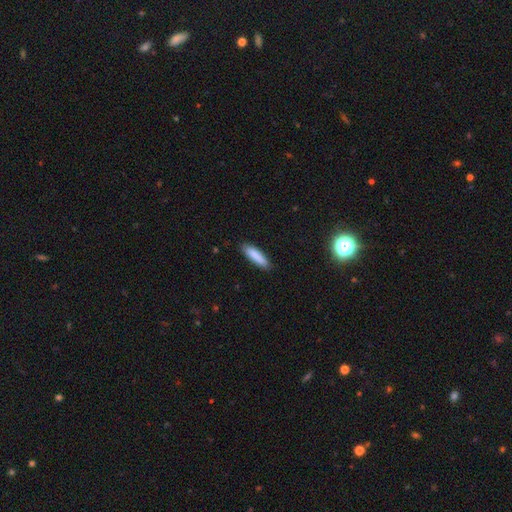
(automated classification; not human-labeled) Q: Smooth or featured?
A: smooth (88%); runner-up: featured or disk (7%)
Q: How rounded?
A: cigar-shaped (70%); runner-up: in between (29%)
Q: Merging?
A: none (88%); runner-up: minor disturbance (9%)